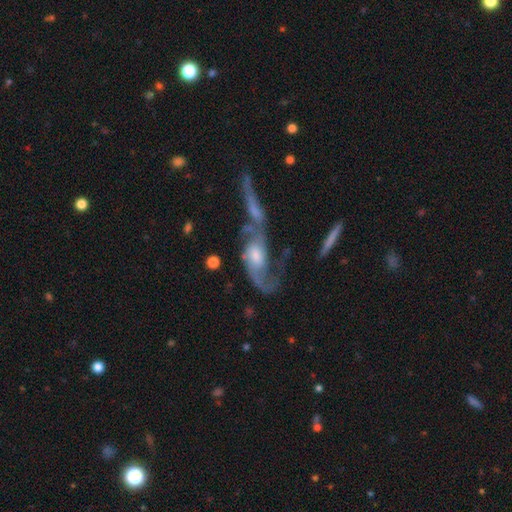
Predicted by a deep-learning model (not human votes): Smooth or featured? featured or disk (79%)
Edge-on disk? no (91%)
Bar? no (60%)
Spiral arms? yes (90%)
Spiral winding? loose (55%)
Spiral arm count? 2 (75%)
Bulge size? moderate (53%)
Merging? merger (48%)